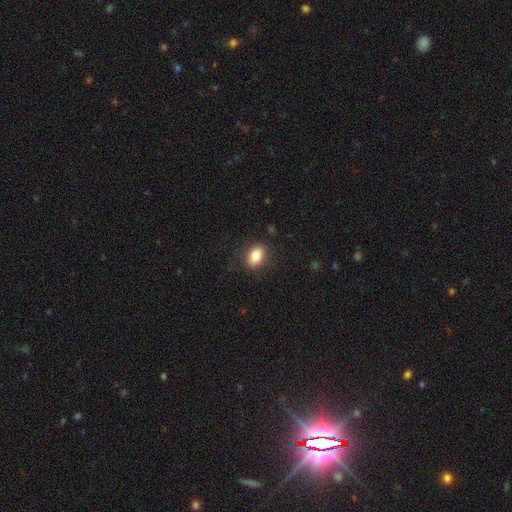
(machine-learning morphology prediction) Smooth or featured: smooth — 84% (star or artifact — 8%)
How rounded: in between — 79% (round — 20%)
Merging: none — 84% (minor disturbance — 11%)